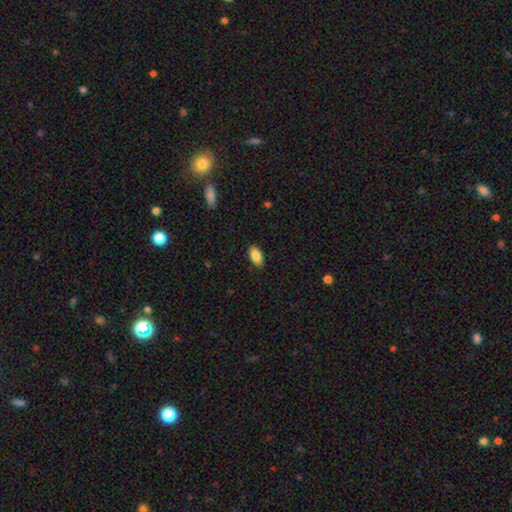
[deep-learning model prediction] Smooth or featured?
  - smooth: 88% *
  - star or artifact: 7%
  - featured or disk: 5%
How rounded?
  - in between: 94% *
  - round: 3%
  - cigar-shaped: 3%
Merging?
  - none: 88% *
  - minor disturbance: 9%
  - major disturbance: 2%
  - merger: 1%